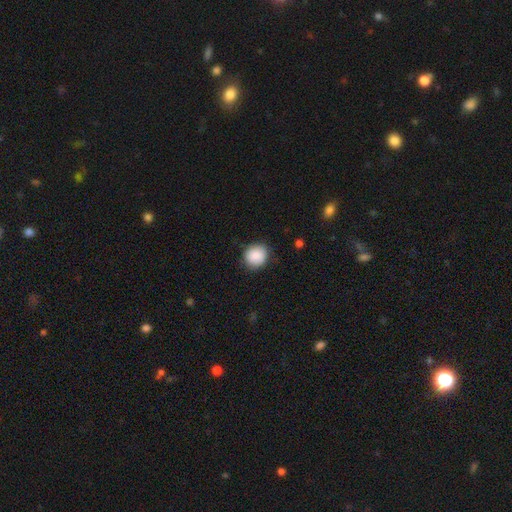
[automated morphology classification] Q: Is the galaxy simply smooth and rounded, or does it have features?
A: smooth — 87%.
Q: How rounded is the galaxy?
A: round — 81%.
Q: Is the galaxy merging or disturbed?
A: none — 84%.